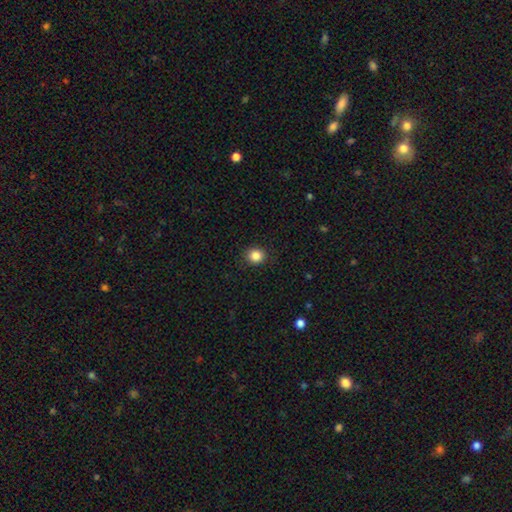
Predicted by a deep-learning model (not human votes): Overall: smooth (86%). How rounded: round (86%). Merging: none (90%).